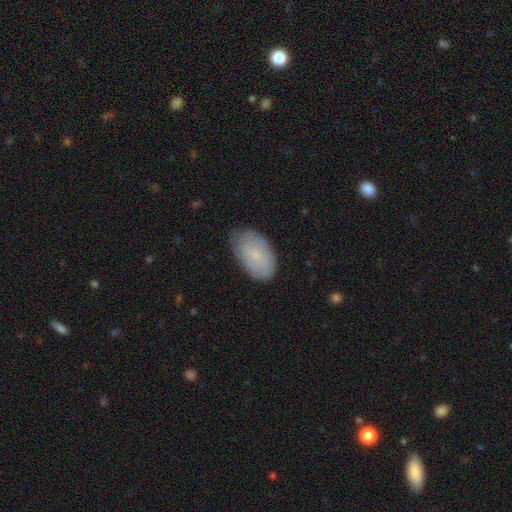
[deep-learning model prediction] Q: Smooth or featured?
A: smooth (65%); runner-up: featured or disk (28%)
Q: How rounded?
A: in between (93%); runner-up: round (5%)
Q: Merging?
A: none (77%); runner-up: minor disturbance (19%)